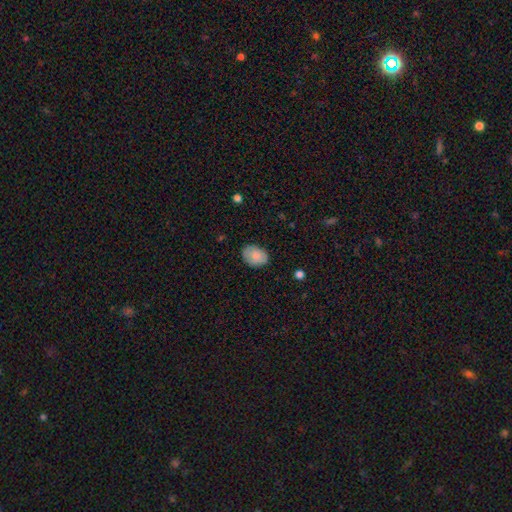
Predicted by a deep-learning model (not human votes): A smooth galaxy with no disk features (83%) that is in between round and cigar-shaped (75%).

Vote fractions:
- Smooth or featured? smooth: 83% / featured or disk: 10% / star or artifact: 7%
- How rounded? in between: 75% / round: 24% / cigar-shaped: 1%
- Merging? none: 81% / minor disturbance: 15% / major disturbance: 3% / merger: 1%